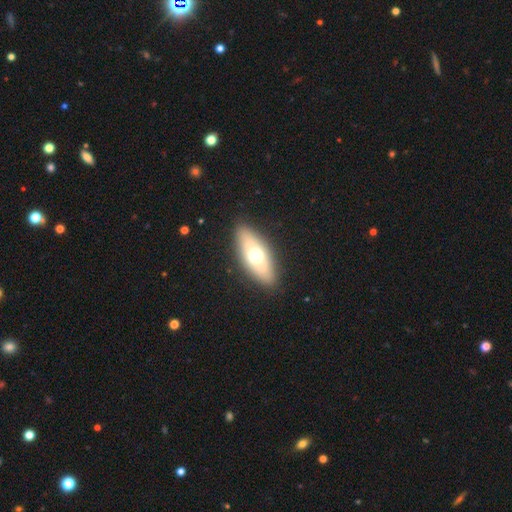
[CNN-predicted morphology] smooth_or_featured: smooth (p=0.57) [alt: featured or disk p=0.37]
how_rounded: in between (p=0.73) [alt: cigar-shaped p=0.23]
merging: none (p=0.88) [alt: minor disturbance p=0.09]